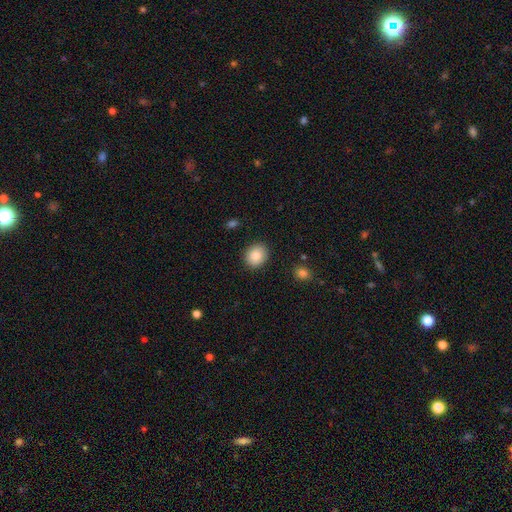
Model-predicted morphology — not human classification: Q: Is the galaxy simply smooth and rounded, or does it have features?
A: smooth — 86%.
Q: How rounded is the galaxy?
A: round — 68%.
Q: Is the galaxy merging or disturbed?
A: none — 89%.